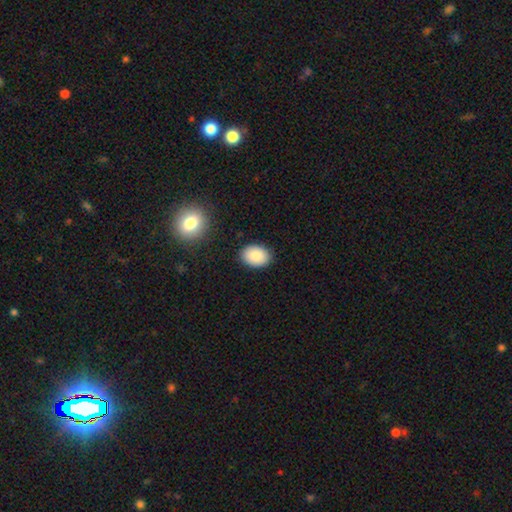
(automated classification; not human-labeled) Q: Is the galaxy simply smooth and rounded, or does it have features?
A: smooth — 88%.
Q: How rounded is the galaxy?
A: in between — 77%.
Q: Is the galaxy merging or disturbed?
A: none — 87%.